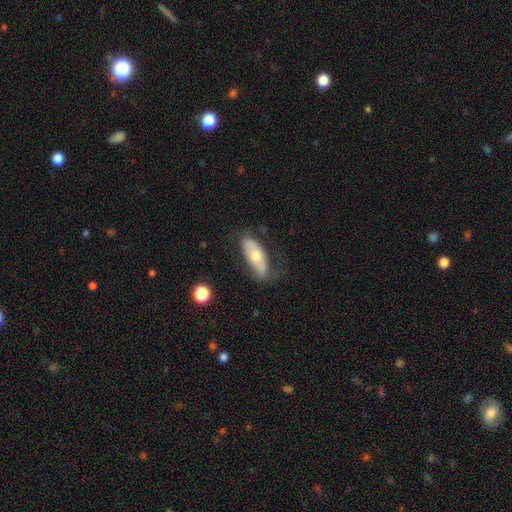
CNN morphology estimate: Smooth or featured: smooth — 55% (featured or disk — 39%)
How rounded: in between — 79% (cigar-shaped — 18%)
Merging: none — 64% (minor disturbance — 25%)